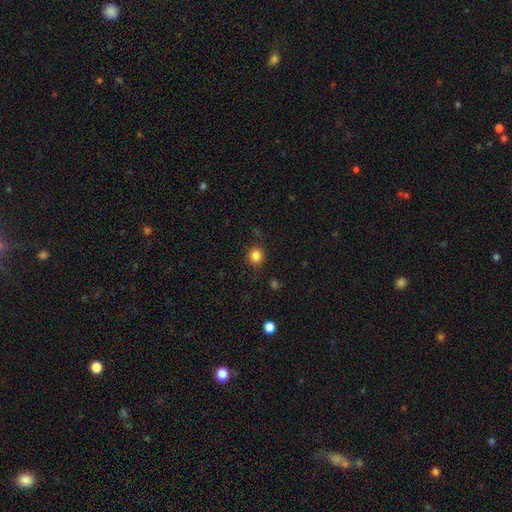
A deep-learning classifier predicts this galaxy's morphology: Smooth or featured: smooth — 84% (star or artifact — 11%)
How rounded: round — 85% (in between — 14%)
Merging: none — 86% (minor disturbance — 10%)